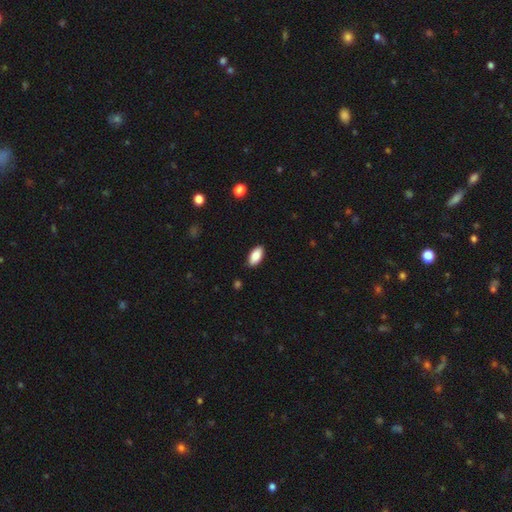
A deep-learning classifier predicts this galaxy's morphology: Overall: smooth (87%). How rounded: in between (93%). Merging: none (88%).